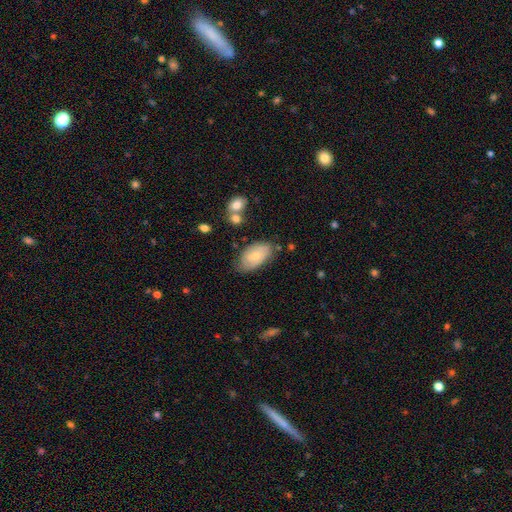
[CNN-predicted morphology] type=smooth (59%); roundness=in between (93%); merging=none (66%).